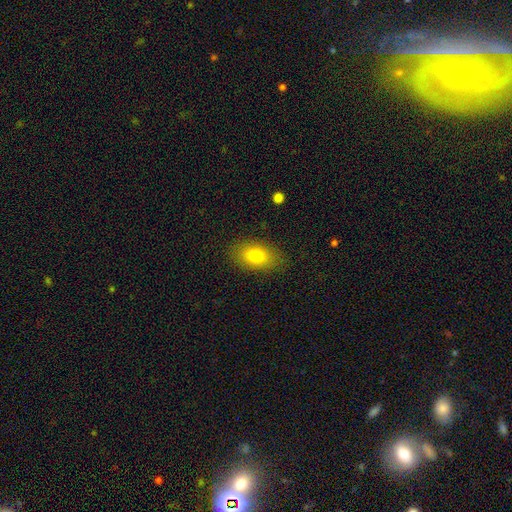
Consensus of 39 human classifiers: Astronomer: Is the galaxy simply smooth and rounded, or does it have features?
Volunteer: smooth — 79%.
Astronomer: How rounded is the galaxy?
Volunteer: in between — 87%.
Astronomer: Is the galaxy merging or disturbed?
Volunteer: none — 83%.